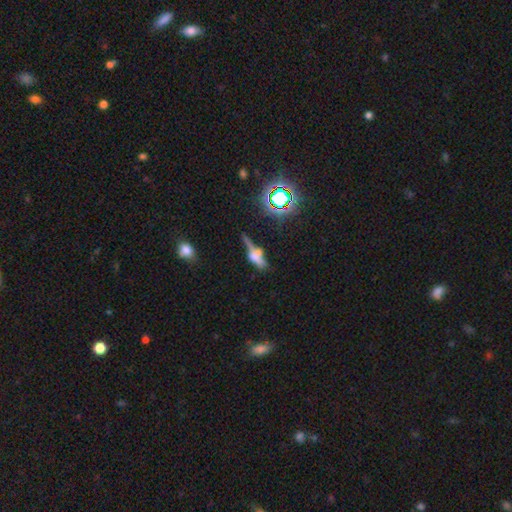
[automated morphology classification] A featured or disk galaxy (44%). Merging: none (34%).